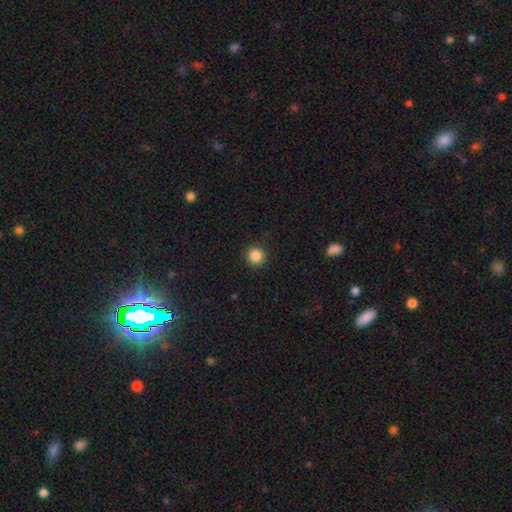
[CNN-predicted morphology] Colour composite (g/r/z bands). It shows a smooth galaxy with no disk features (87%) that is round (94%). Merging: none (92%).